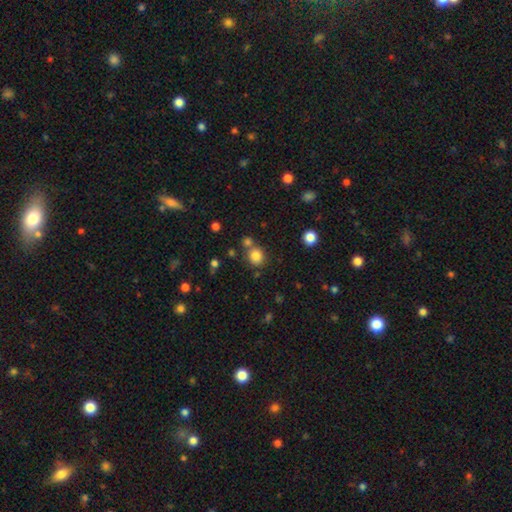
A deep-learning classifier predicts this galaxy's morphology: Q: Smooth or featured?
A: smooth (83%); runner-up: star or artifact (12%)
Q: How rounded?
A: round (79%); runner-up: in between (20%)
Q: Merging?
A: none (69%); runner-up: merger (19%)